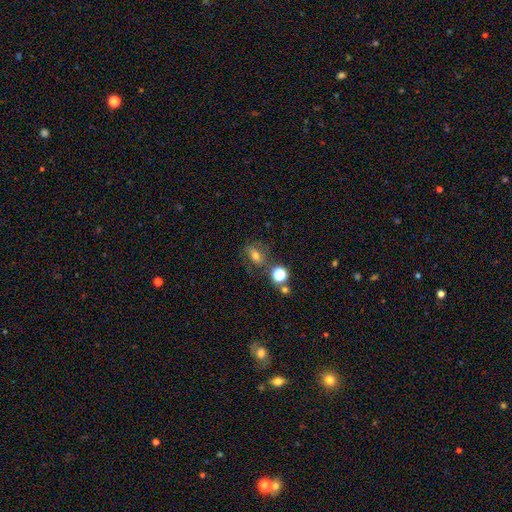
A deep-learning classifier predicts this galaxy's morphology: Smooth or featured? smooth (61%)
How rounded? in between (66%)
Merging? none (65%)